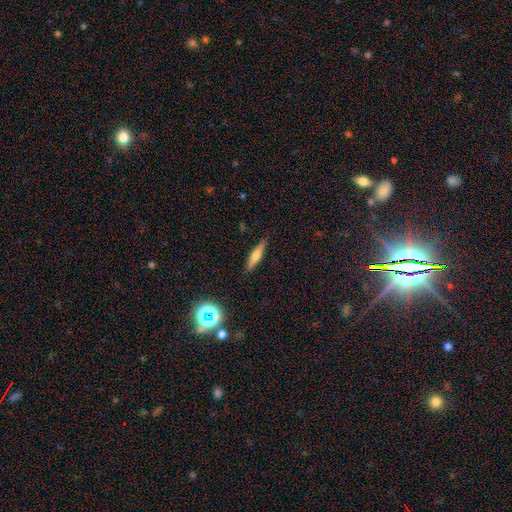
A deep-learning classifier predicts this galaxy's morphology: type=smooth (48%); merging=none (89%).